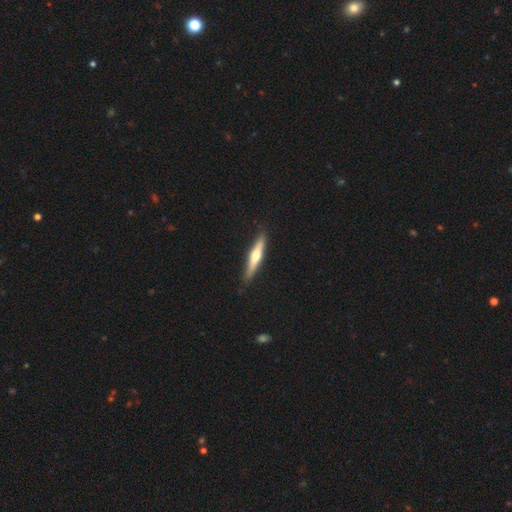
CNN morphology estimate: featured or disk 57%, smooth 38%, star or artifact 5%. Down the decision tree: edge-on disk — yes (96%); edge-on bulge — rounded (91%); merging — none (89%).